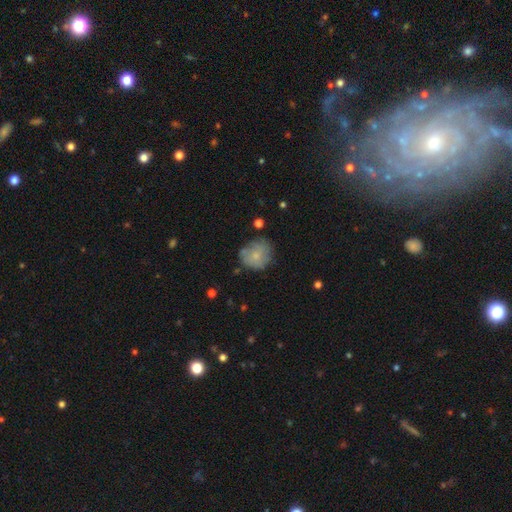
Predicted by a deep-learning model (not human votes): A smooth galaxy with no disk features (61%) that is round (79%). Merging: none (66%).